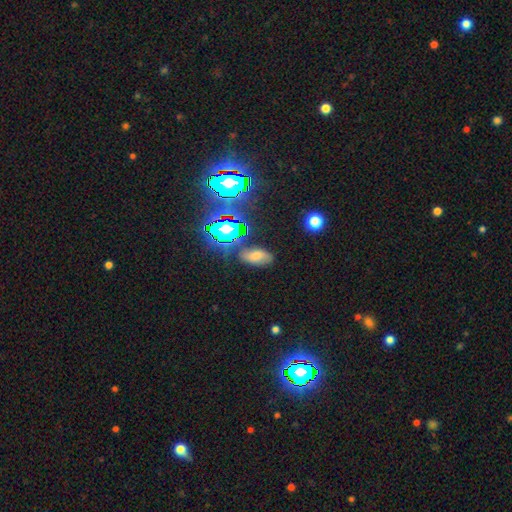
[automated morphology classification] Q: Smooth or featured?
A: smooth (55%); runner-up: star or artifact (27%)
Q: How rounded?
A: in between (88%); runner-up: round (6%)
Q: Merging?
A: none (74%); runner-up: minor disturbance (17%)